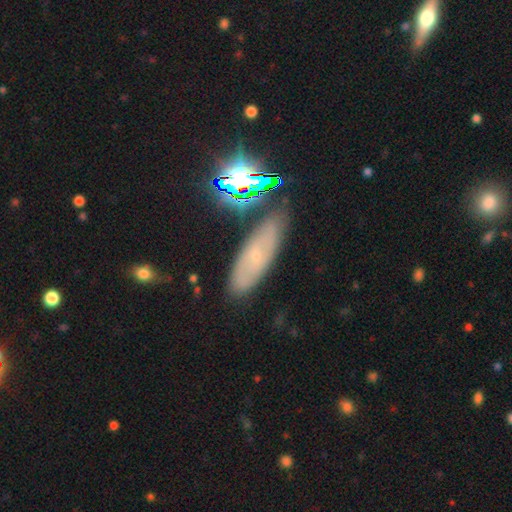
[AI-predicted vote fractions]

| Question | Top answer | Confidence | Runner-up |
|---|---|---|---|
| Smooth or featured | featured or disk | 42% | smooth (37%) |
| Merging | none | 77% | minor disturbance (16%) |